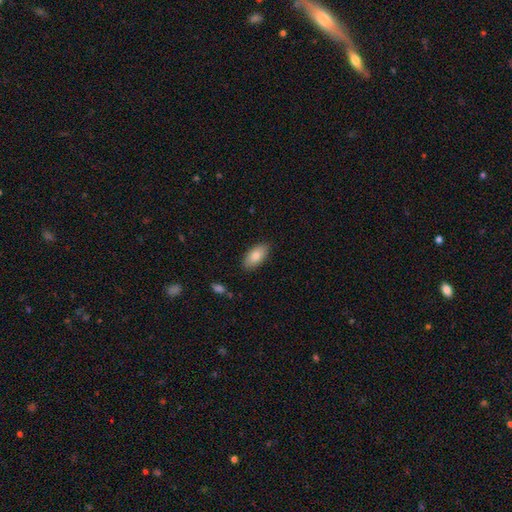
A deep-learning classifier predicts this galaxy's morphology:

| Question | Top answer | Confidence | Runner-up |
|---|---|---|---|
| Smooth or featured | smooth | 83% | featured or disk (10%) |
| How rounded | in between | 92% | cigar-shaped (5%) |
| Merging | none | 86% | minor disturbance (11%) |